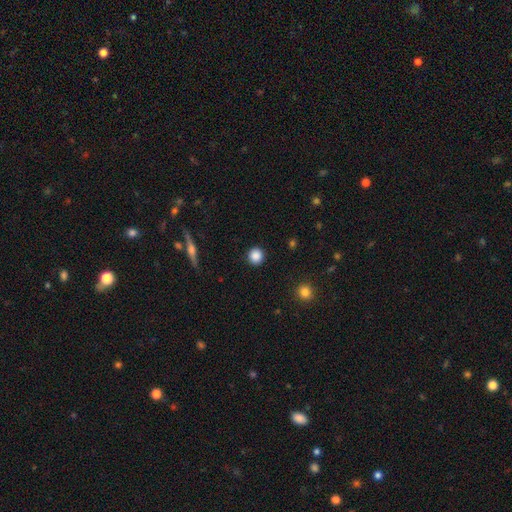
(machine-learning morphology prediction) This is clearly a smooth galaxy (87%). How rounded: clearly round (92%). Merging: clearly none (92%).